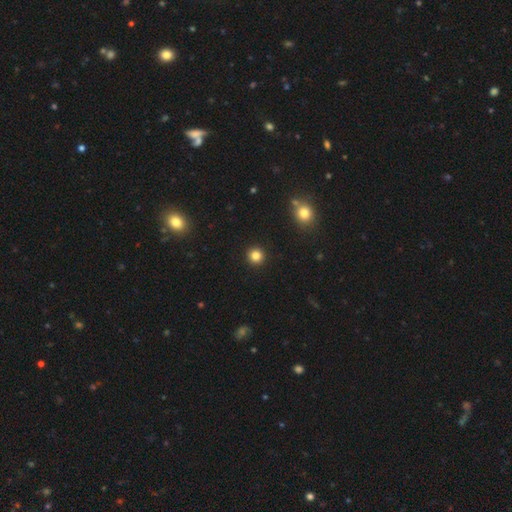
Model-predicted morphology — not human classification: Smooth or featured?
  - smooth: 83% *
  - star or artifact: 12%
  - featured or disk: 5%
How rounded?
  - round: 95% *
  - in between: 4%
  - cigar-shaped: 1%
Merging?
  - none: 93% *
  - minor disturbance: 4%
  - major disturbance: 2%
  - merger: 1%